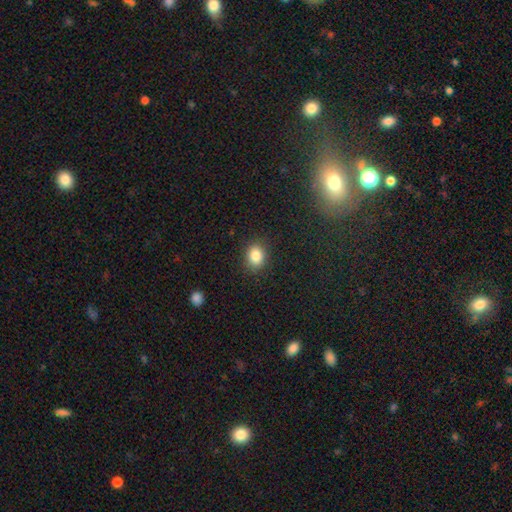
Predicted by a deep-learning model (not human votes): smooth 84%, star or artifact 10%, featured or disk 6%. Down the decision tree: how rounded — in between (53%); merging — none (87%).